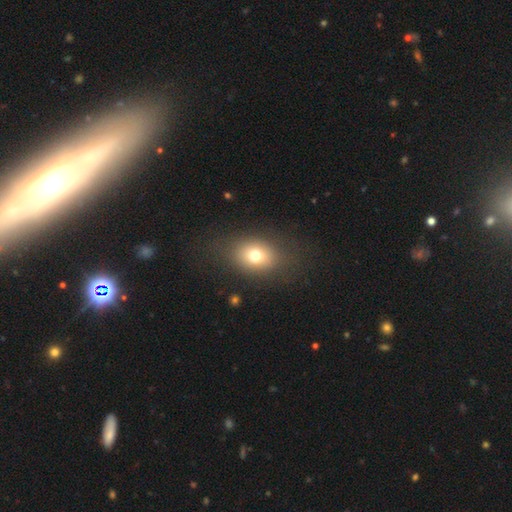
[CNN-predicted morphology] Overall: smooth (72%). How rounded: in between (59%; round 39%). Merging: none (79%).